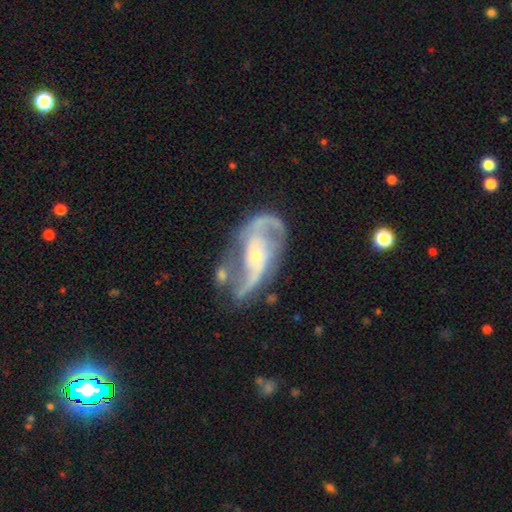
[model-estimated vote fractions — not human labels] Smooth or featured: featured or disk — 89% (smooth — 6%)
Edge-on disk: no — 96% (yes — 4%)
Bar: no — 51% (weak — 30%)
Spiral arms: yes — 95% (no — 5%)
Spiral winding: medium — 44% (loose — 43%)
Spiral arm count: 2 — 90% (can't tell — 3%)
Bulge size: small — 62% (moderate — 34%)
Merging: none — 58% (minor disturbance — 19%)